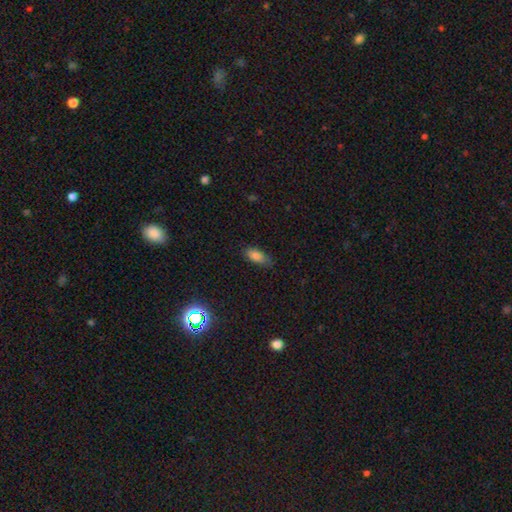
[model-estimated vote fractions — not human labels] This appears to be a smooth galaxy with no disk features (82%) that is in between round and cigar-shaped (83%). Merging: none (71%).